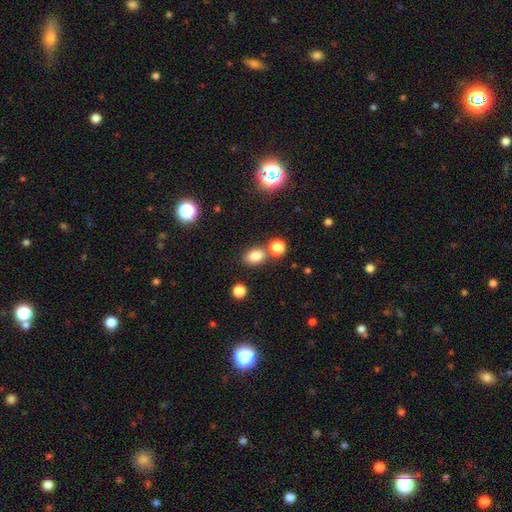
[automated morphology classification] A smooth galaxy with no disk features (80%) that is in between round and cigar-shaped (72%).

Vote fractions:
- Smooth or featured? smooth: 80% / star or artifact: 13% / featured or disk: 7%
- How rounded? in between: 72% / round: 26% / cigar-shaped: 1%
- Merging? none: 66% / merger: 20% / minor disturbance: 11% / major disturbance: 3%